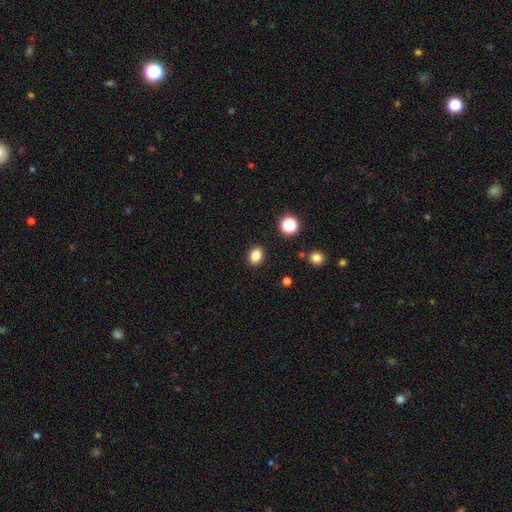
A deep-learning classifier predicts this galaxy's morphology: Overall: smooth (84%). How rounded: in between (60%; round 39%). Merging: none (89%).